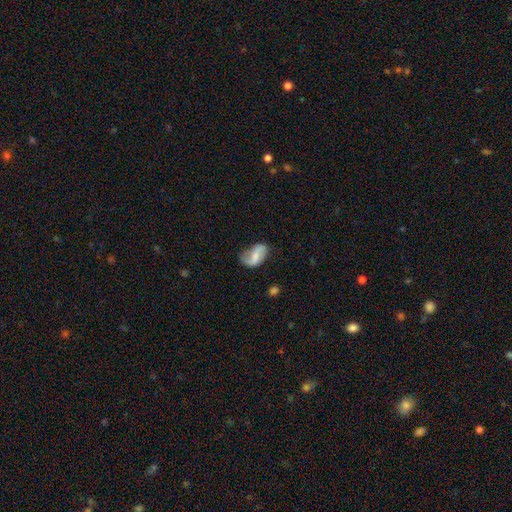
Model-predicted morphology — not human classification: Smooth or featured: featured or disk — 56% (smooth — 37%)
Edge-on disk: no — 96% (yes — 4%)
Bar: weak — 44% (no — 35%)
Spiral arms: yes — 85% (no — 15%)
Bulge size: small — 38% (moderate — 35%)
Merging: none — 56% (minor disturbance — 29%)